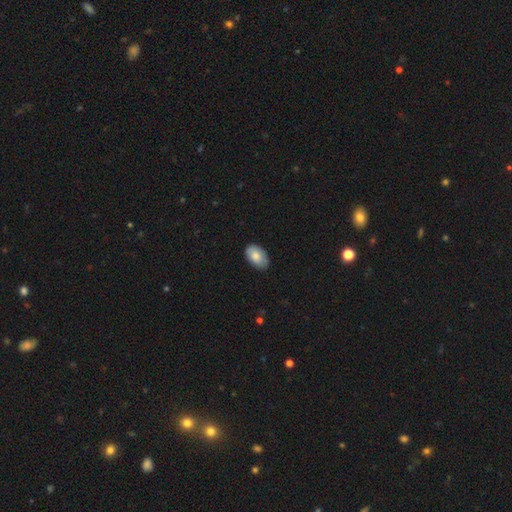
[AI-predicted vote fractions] This appears to be a smooth galaxy with no disk features (78%) that is in between round and cigar-shaped (93%). Merging: none (78%).